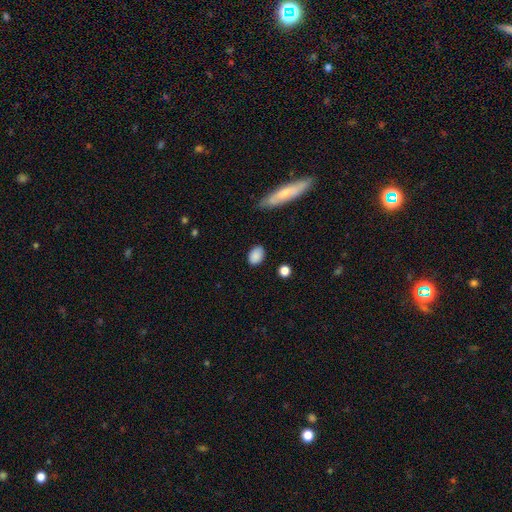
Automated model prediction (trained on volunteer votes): A smooth galaxy with no disk features (87%) that is in between round and cigar-shaped (78%). Merging: none (81%).